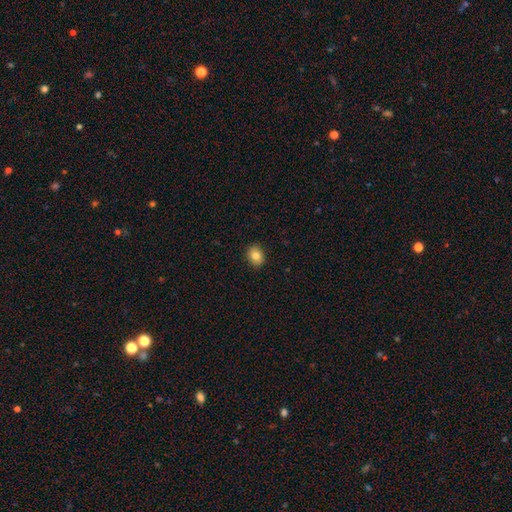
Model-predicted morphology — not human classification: Smooth or featured: smooth — 82% (star or artifact — 9%)
How rounded: in between — 53% (round — 46%)
Merging: none — 90% (minor disturbance — 8%)